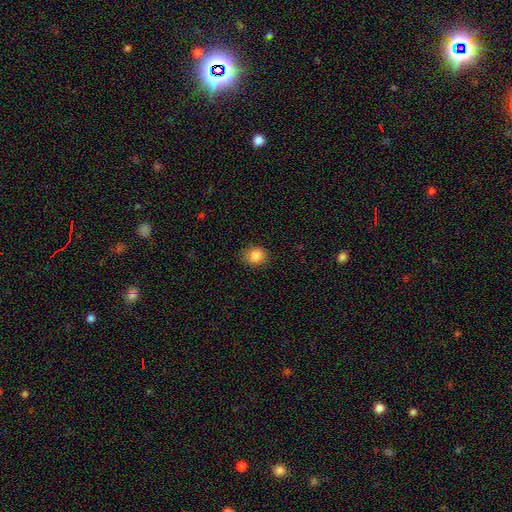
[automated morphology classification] Smooth or featured: smooth — 85% (star or artifact — 10%)
How rounded: round — 70% (in between — 30%)
Merging: none — 84% (minor disturbance — 12%)